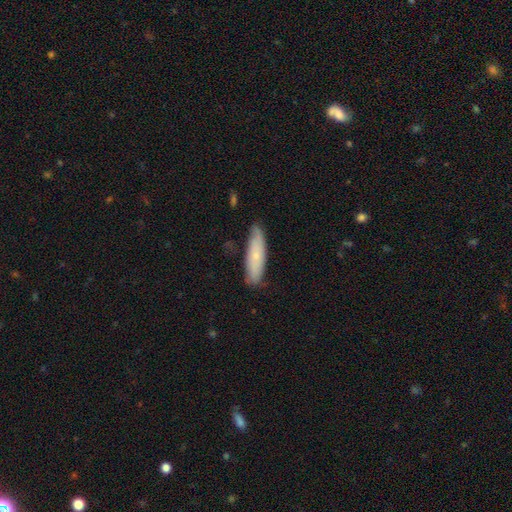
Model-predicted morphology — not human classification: smooth 64%, featured or disk 29%, star or artifact 6%. Down the decision tree: how rounded — cigar-shaped (65%); merging — none (76%).